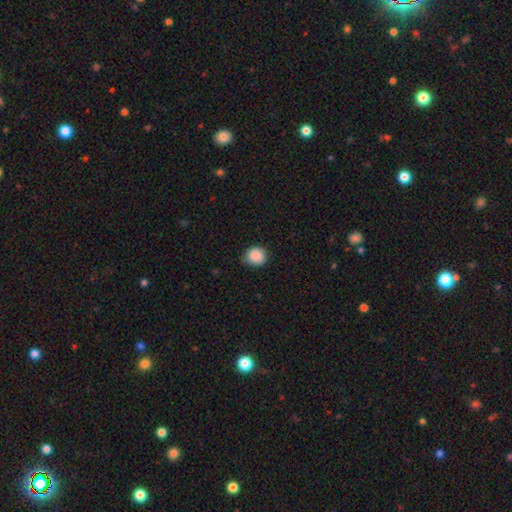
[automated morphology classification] A smooth galaxy with no disk features (88%) that is round (82%). Merging: none (81%).